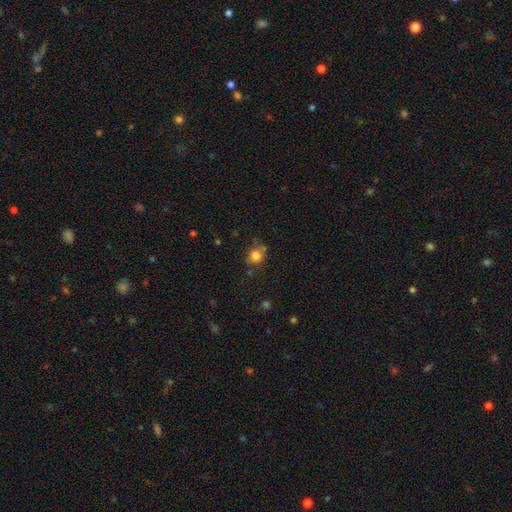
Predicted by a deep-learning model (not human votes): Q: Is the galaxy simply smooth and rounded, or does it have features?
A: smooth — 81%.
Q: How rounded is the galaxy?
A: round — 75%.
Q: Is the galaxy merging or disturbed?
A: none — 63%.